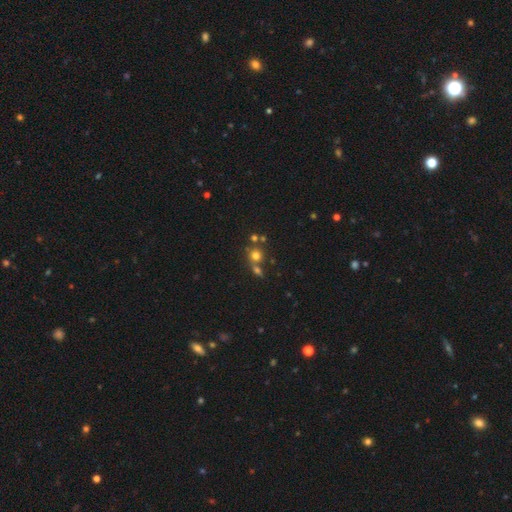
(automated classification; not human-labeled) A smooth galaxy with no disk features (70%) that is round (87%).

Vote fractions:
- Smooth or featured? smooth: 70% / star or artifact: 18% / featured or disk: 12%
- How rounded? round: 87% / in between: 12% / cigar-shaped: 1%
- Merging? none: 55% / merger: 32% / minor disturbance: 9% / major disturbance: 4%